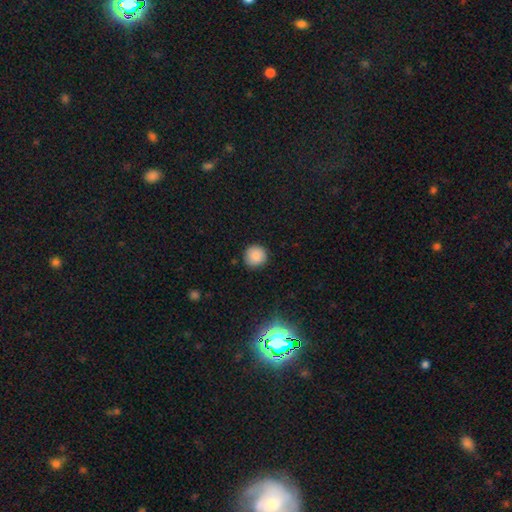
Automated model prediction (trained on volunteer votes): Q: Smooth or featured?
A: smooth (86%); runner-up: star or artifact (10%)
Q: How rounded?
A: round (94%); runner-up: in between (5%)
Q: Merging?
A: none (89%); runner-up: minor disturbance (8%)